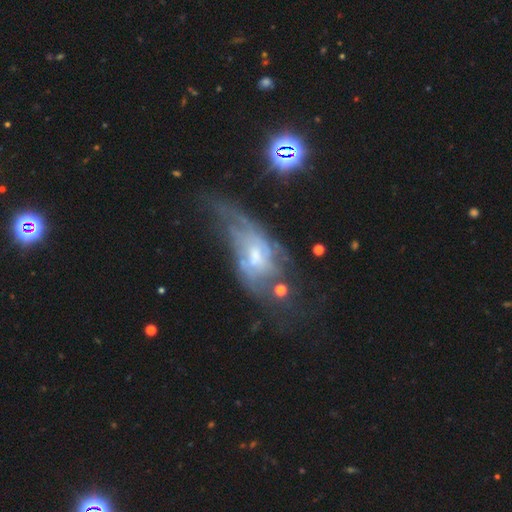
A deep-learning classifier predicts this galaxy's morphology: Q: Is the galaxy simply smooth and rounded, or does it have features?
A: featured or disk — 69%.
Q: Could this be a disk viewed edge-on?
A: no — 88%.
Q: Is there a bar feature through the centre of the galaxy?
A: no — 60%.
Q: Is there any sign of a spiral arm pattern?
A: yes — 62%.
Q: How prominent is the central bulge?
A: moderate — 46%.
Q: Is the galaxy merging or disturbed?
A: major disturbance — 39%.